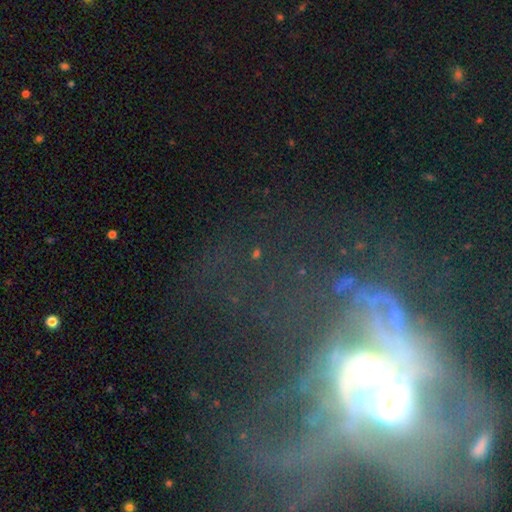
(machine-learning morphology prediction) This appears to be a featured or disk galaxy (60%) with no bar (65%), spiral arms (52%) and a moderate central bulge (56%). Merging: major disturbance (32%).